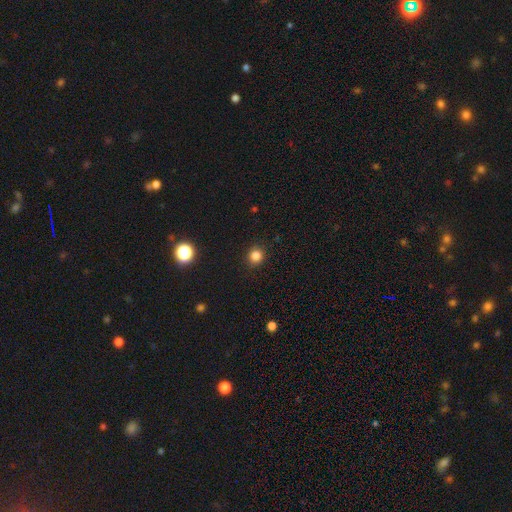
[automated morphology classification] type=smooth (83%); roundness=round (90%); merging=none (91%).